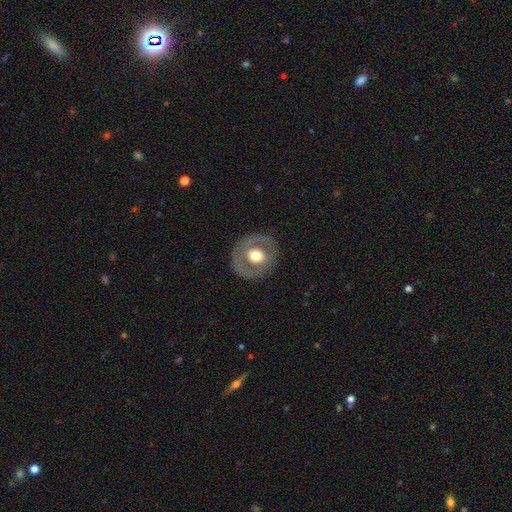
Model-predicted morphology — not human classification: Smooth or featured?
  - featured or disk: 50% *
  - smooth: 44%
  - star or artifact: 6%
Edge-on disk?
  - no: 94% *
  - yes: 6%
Merging?
  - none: 84% *
  - minor disturbance: 10%
  - major disturbance: 5%
  - merger: 1%